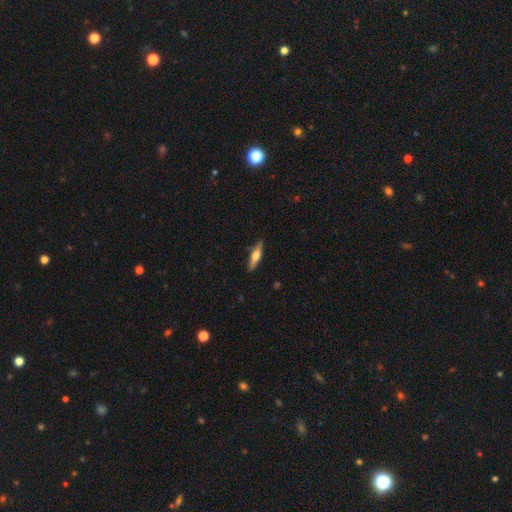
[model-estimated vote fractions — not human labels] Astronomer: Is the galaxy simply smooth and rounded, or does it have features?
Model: featured or disk — 48% (runner-up: smooth, 46%).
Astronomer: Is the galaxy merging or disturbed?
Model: none — 86%.